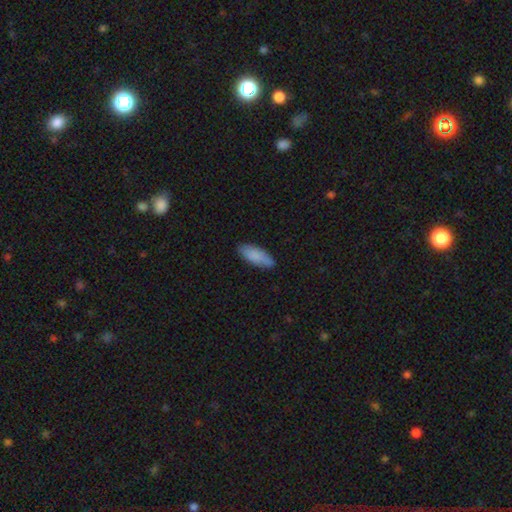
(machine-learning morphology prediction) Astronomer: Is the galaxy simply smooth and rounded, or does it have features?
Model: smooth — 86%.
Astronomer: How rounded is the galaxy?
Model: in between — 75%.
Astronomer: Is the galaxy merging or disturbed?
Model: none — 82%.